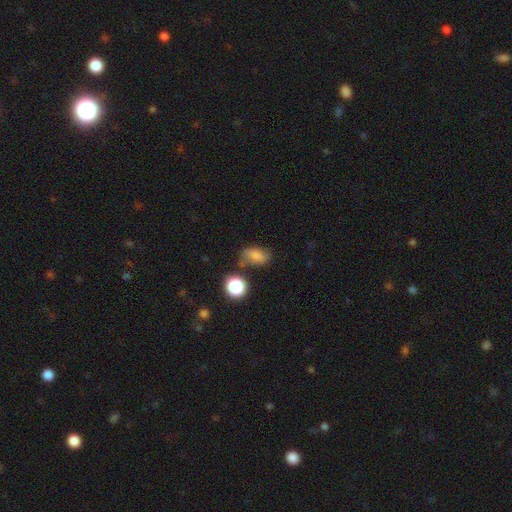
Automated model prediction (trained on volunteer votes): The model was most divided on "merging": none: 60%, minor disturbance: 24%, major disturbance: 8%, merger: 8%. More confident: how rounded — in between (79%); smooth or featured — smooth (71%).